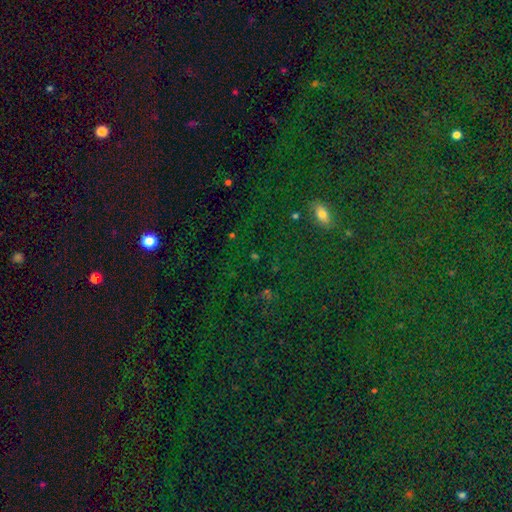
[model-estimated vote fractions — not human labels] Smooth or featured? star or artifact (79%)